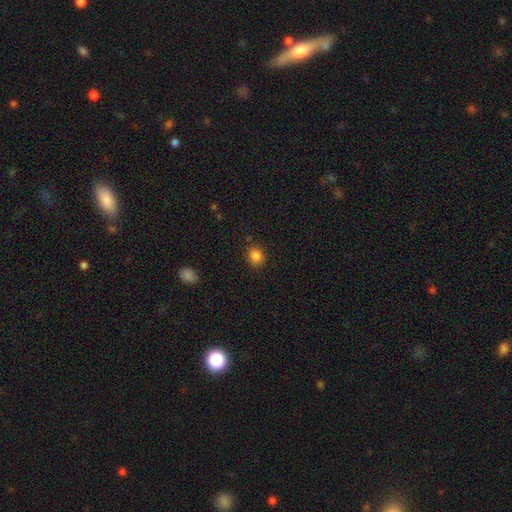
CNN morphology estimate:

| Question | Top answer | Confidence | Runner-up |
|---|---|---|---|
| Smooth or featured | smooth | 85% | star or artifact (11%) |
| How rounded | round | 72% | in between (27%) |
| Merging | none | 85% | minor disturbance (11%) |